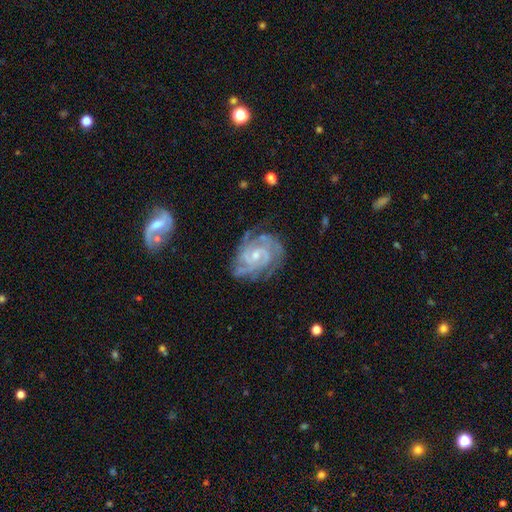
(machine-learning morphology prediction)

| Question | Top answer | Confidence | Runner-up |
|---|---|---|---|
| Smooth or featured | featured or disk | 90% | star or artifact (5%) |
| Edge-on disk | no | 98% | yes (2%) |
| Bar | no | 50% | weak (41%) |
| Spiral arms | yes | 97% | no (3%) |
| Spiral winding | tight | 66% | medium (30%) |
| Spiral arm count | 3 | 30% | 2 (24%) |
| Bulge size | small | 57% | moderate (38%) |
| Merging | none | 69% | minor disturbance (21%) |